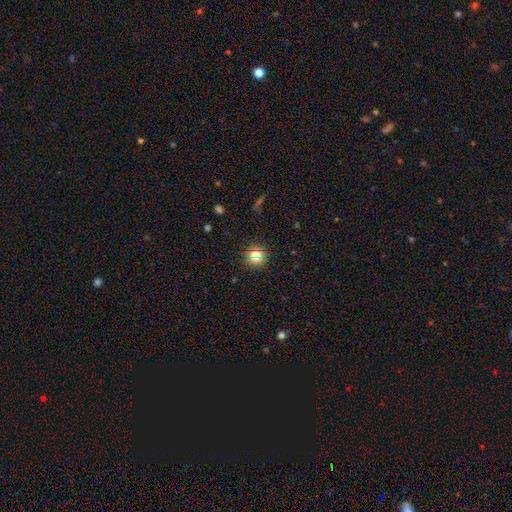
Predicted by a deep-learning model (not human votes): Overall: smooth (66%). How rounded: round (92%). Merging: none (88%).